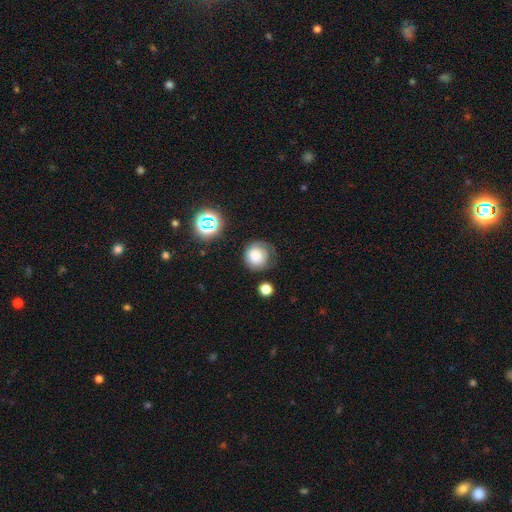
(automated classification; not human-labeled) A smooth galaxy with no disk features (71%) that is round (90%).

Vote fractions:
- Smooth or featured? smooth: 71% / featured or disk: 18% / star or artifact: 11%
- How rounded? round: 90% / in between: 9% / cigar-shaped: 1%
- Merging? none: 59% / minor disturbance: 24% / major disturbance: 13% / merger: 3%